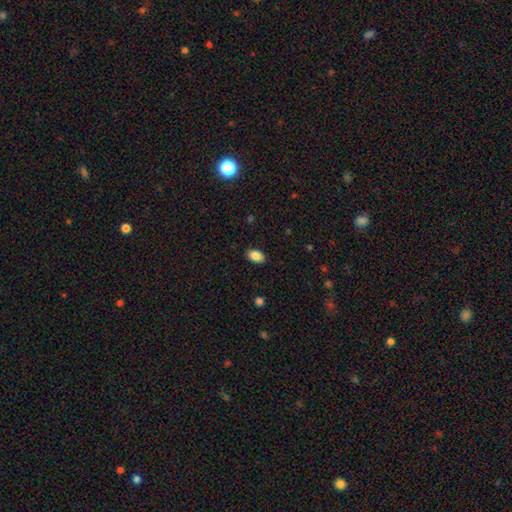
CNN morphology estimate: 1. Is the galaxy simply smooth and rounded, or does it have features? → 86% smooth, 8% star or artifact, 6% featured or disk.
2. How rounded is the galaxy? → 91% in between, 7% round, 1% cigar-shaped.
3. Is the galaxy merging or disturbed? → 88% none, 9% minor disturbance, 2% major disturbance, 1% merger.